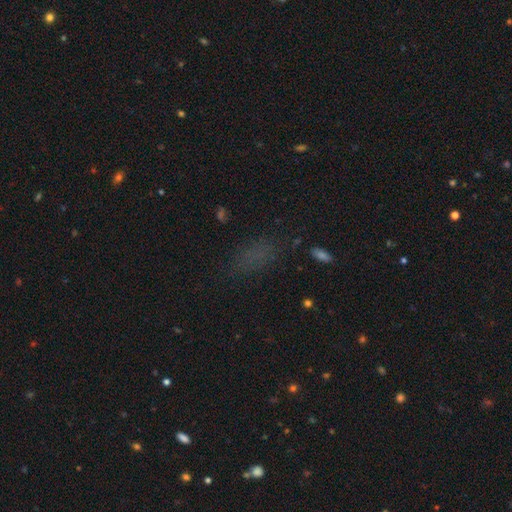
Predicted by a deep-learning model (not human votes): Smooth or featured?
  - smooth: 60% *
  - star or artifact: 30%
  - featured or disk: 11%
How rounded?
  - in between: 78% *
  - cigar-shaped: 13%
  - round: 9%
Merging?
  - none: 71% *
  - minor disturbance: 16%
  - major disturbance: 9%
  - merger: 3%